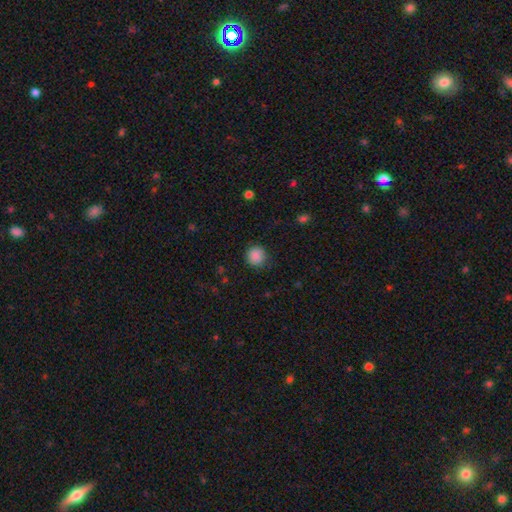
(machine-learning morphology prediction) Overall: smooth (87%). How rounded: round (91%). Merging: none (85%).